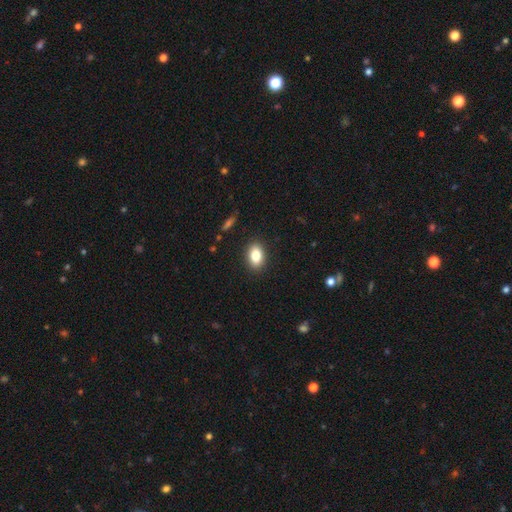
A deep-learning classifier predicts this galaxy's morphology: Q: Smooth or featured?
A: smooth (84%); runner-up: star or artifact (9%)
Q: How rounded?
A: in between (85%); runner-up: round (13%)
Q: Merging?
A: none (89%); runner-up: minor disturbance (8%)